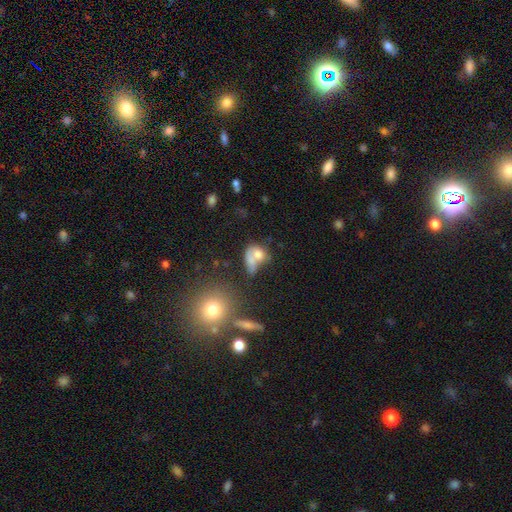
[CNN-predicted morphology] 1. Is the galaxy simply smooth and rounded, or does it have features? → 64% smooth, 23% featured or disk, 13% star or artifact.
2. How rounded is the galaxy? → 60% in between, 37% round, 3% cigar-shaped.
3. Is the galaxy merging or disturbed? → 51% merger, 21% none, 15% major disturbance, 12% minor disturbance.